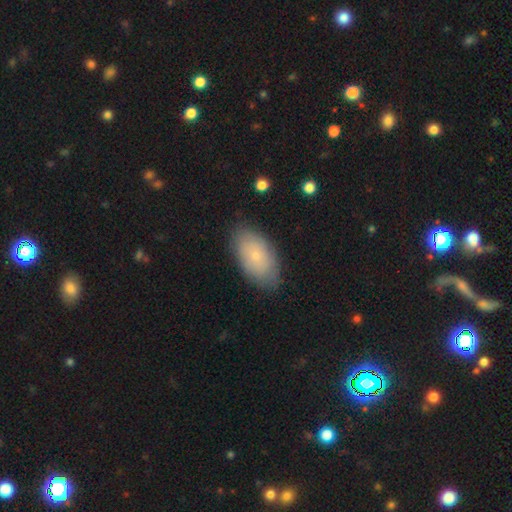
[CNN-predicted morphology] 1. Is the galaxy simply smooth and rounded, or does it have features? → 69% smooth, 24% featured or disk, 7% star or artifact.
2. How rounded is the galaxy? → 94% in between, 4% round, 2% cigar-shaped.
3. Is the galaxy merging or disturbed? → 81% none, 15% minor disturbance, 3% major disturbance, 1% merger.